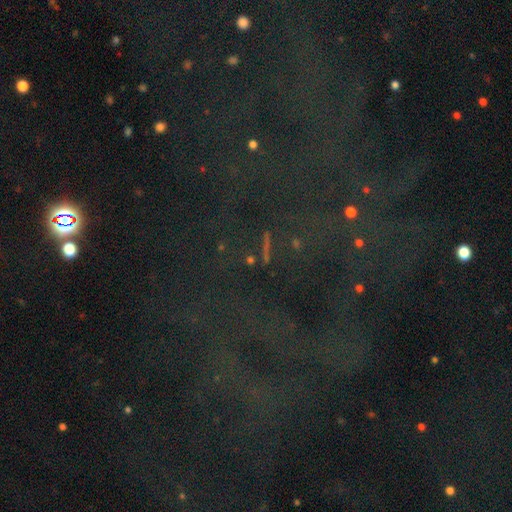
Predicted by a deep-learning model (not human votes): smooth_or_featured: star or artifact (p=0.76) [alt: smooth p=0.13]